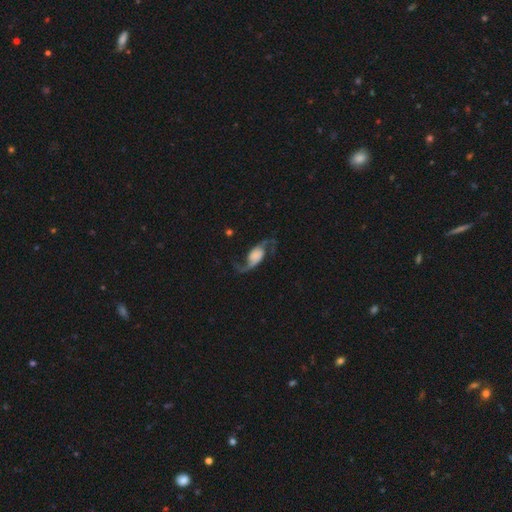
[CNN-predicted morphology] Smooth or featured? featured or disk (84%)
Edge-on disk? no (95%)
Bar? no (60%)
Spiral arms? yes (96%)
Spiral winding? loose (82%)
Spiral arm count? 2 (93%)
Bulge size? none (35%)
Merging? none (71%)